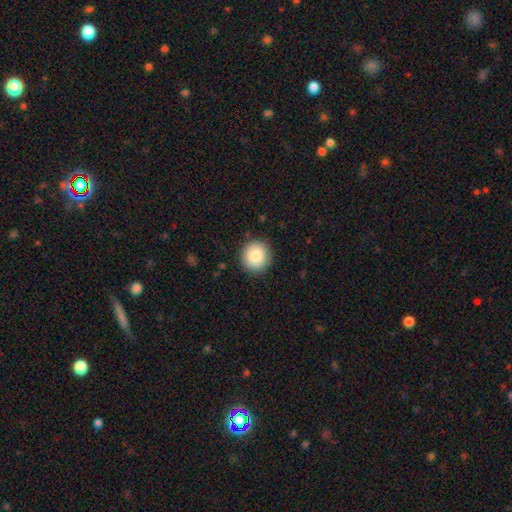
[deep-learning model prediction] A smooth galaxy with no disk features (86%) that is round (92%).

Vote fractions:
- Smooth or featured? smooth: 86% / star or artifact: 8% / featured or disk: 6%
- How rounded? round: 92% / in between: 7% / cigar-shaped: 1%
- Merging? none: 89% / minor disturbance: 8% / major disturbance: 2% / merger: 1%